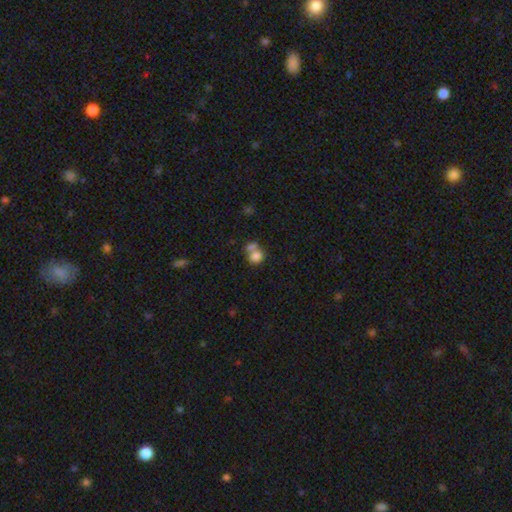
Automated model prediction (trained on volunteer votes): Morphology: type=smooth (79%); roundness=round (63%); merging=merger (53%).